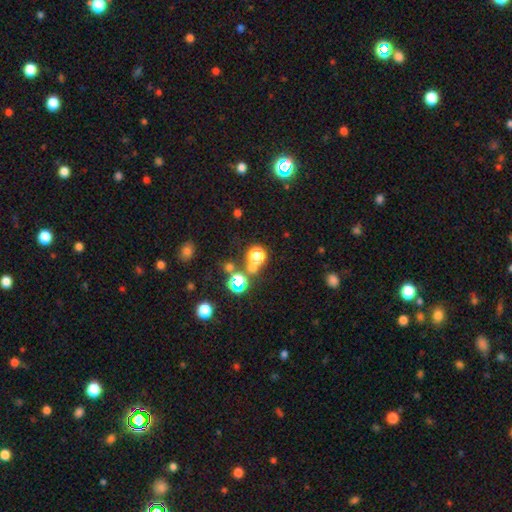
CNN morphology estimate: This is possibly a smooth galaxy (59%). How rounded: clearly round (89%). Merging: likely none (63%).